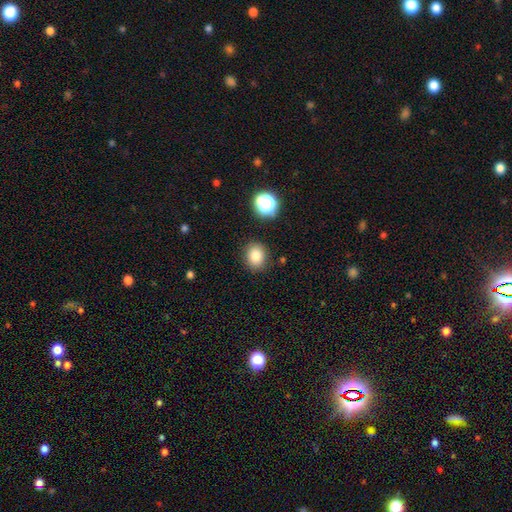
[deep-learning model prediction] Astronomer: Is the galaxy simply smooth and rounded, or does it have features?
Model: smooth — 81%.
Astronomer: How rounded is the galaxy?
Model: round — 66%.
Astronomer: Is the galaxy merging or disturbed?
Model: none — 86%.